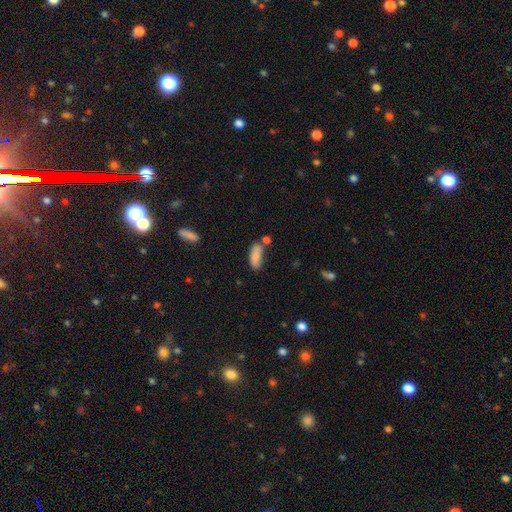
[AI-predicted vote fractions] Overall: smooth (83%). How rounded: in between (75%). Merging: none (56%; merger 20%).